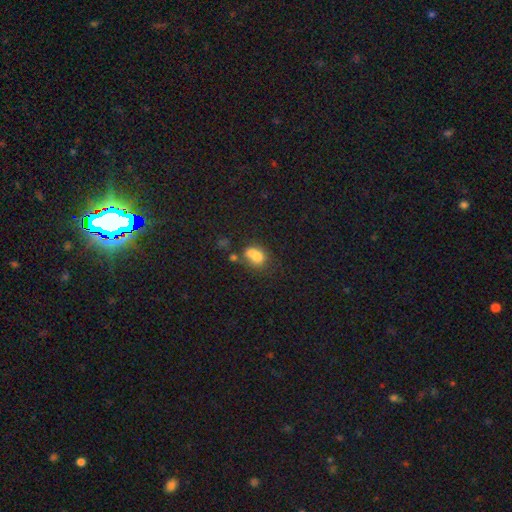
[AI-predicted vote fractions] A smooth galaxy with no disk features (72%) that is in between round and cigar-shaped (64%).

Vote fractions:
- Smooth or featured? smooth: 72% / featured or disk: 16% / star or artifact: 12%
- How rounded? in between: 64% / round: 34% / cigar-shaped: 2%
- Merging? merger: 45% / none: 30% / minor disturbance: 16% / major disturbance: 10%